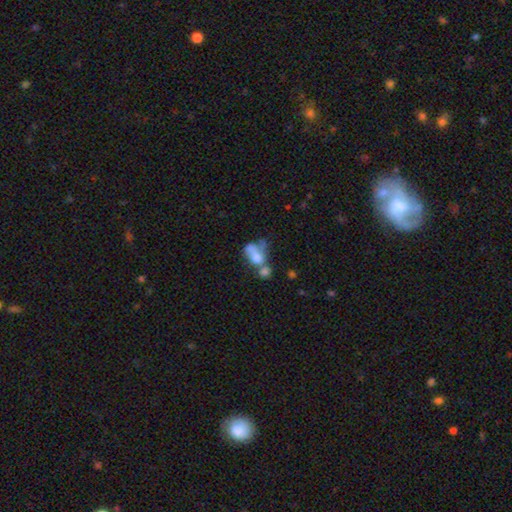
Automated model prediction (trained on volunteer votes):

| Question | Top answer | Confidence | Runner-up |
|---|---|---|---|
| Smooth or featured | smooth | 57% | featured or disk (31%) |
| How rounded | in between | 72% | round (26%) |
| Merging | merger | 58% | major disturbance (18%) |